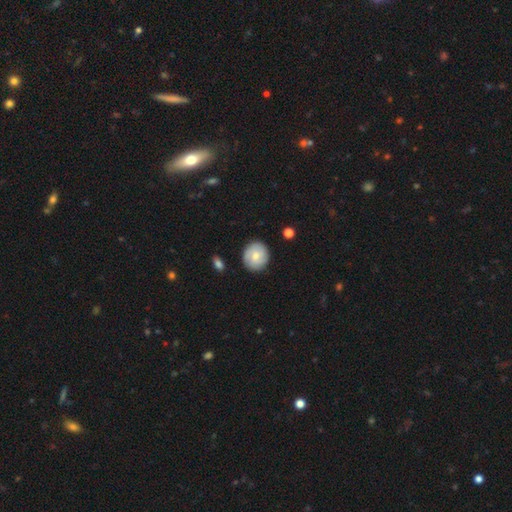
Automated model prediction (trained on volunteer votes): smooth 60%, featured or disk 33%, star or artifact 7%. Down the decision tree: how rounded — round (85%); merging — none (85%).